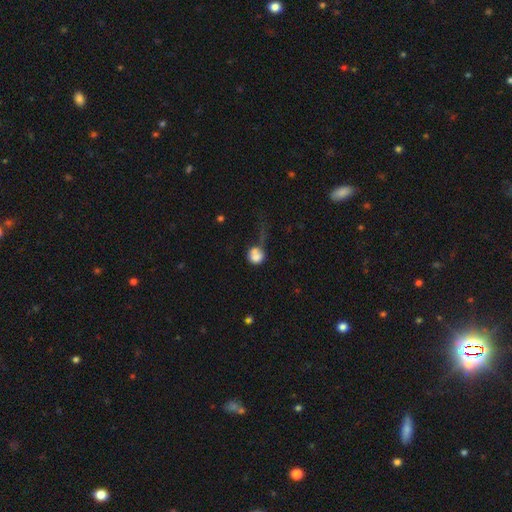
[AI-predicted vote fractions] Smooth or featured? smooth (76%)
How rounded? round (81%)
Merging? none (29%, tied with major disturbance)